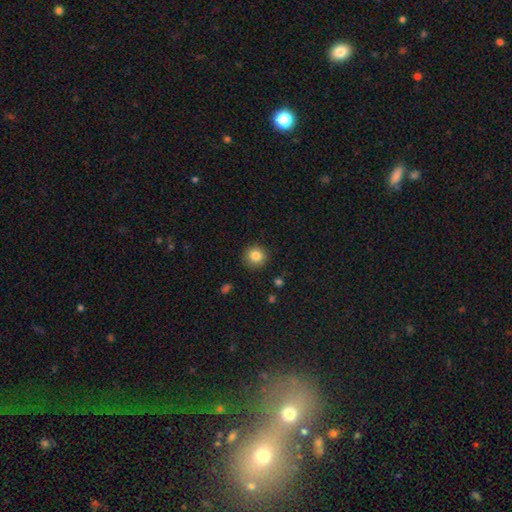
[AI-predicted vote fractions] smooth-or-featured: smooth: 84% | star or artifact: 10% | featured or disk: 6%
  how-rounded: round: 91% | in between: 8% | cigar-shaped: 1%
  merging: none: 90% | minor disturbance: 7% | major disturbance: 2% | merger: 1%